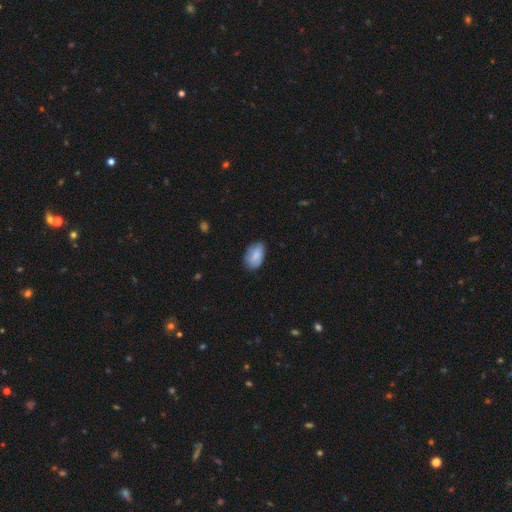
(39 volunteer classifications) smooth-or-featured: smooth: 87% | featured or disk: 8% | star or artifact: 5%
  how-rounded: in between: 91% | cigar-shaped: 6% | round: 3%
  merging: none: 76% | minor disturbance: 22% | major disturbance: 3% | merger: 0%